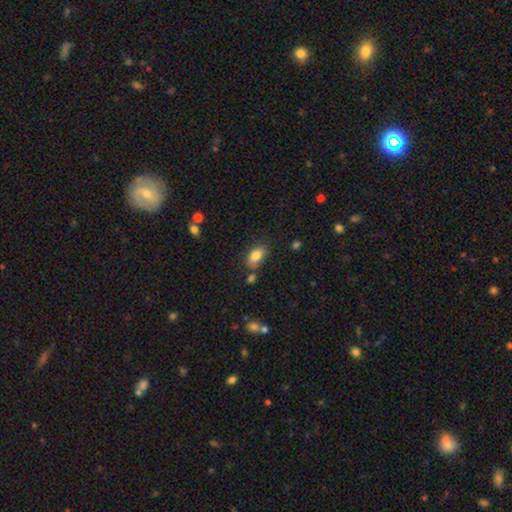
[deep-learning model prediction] smooth-or-featured: smooth: 83% | featured or disk: 9% | star or artifact: 8%
  how-rounded: in between: 90% | round: 7% | cigar-shaped: 3%
  merging: none: 66% | minor disturbance: 20% | merger: 9% | major disturbance: 5%